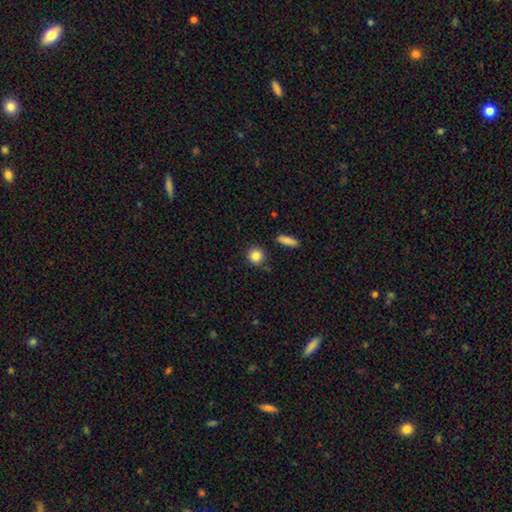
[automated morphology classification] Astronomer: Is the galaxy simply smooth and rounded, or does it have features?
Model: smooth — 85%.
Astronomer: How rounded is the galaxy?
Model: round — 88%.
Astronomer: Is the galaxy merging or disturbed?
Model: none — 79%.